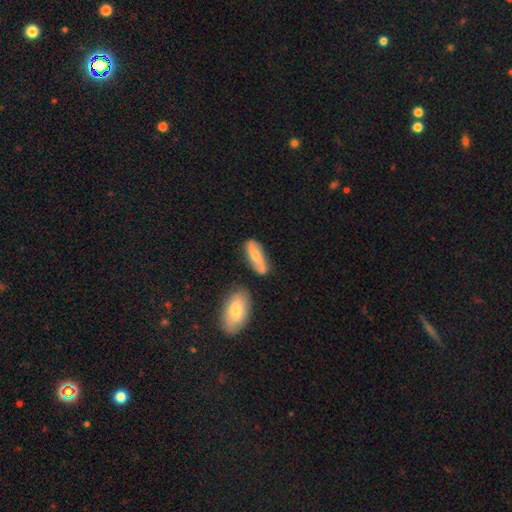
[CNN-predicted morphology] Overall: smooth (54%; featured or disk 39%). How rounded: in between (63%; cigar-shaped 34%). Merging: none (68%).